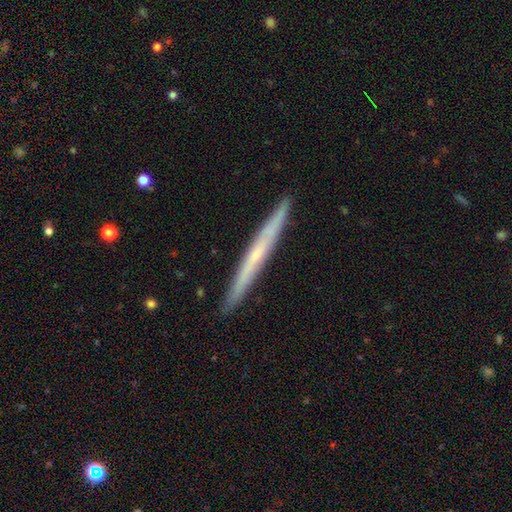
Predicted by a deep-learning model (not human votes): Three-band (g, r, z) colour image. It shows a featured or disk galaxy (59%) viewed edge-on (96%) with no central bulge (68%). Merging: none (91%).